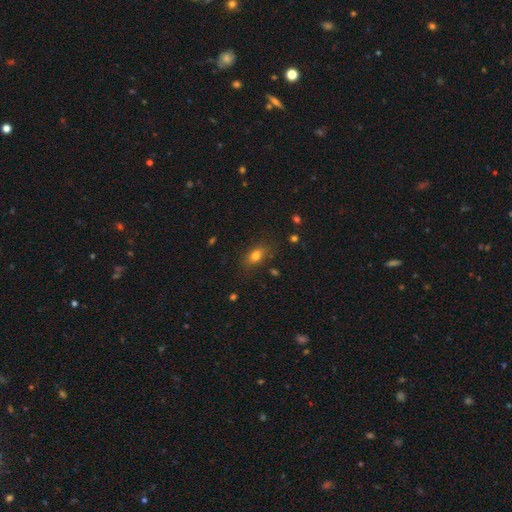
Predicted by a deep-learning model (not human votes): Smooth or featured: smooth — 78% (star or artifact — 12%)
How rounded: in between — 78% (round — 16%)
Merging: none — 78% (minor disturbance — 15%)